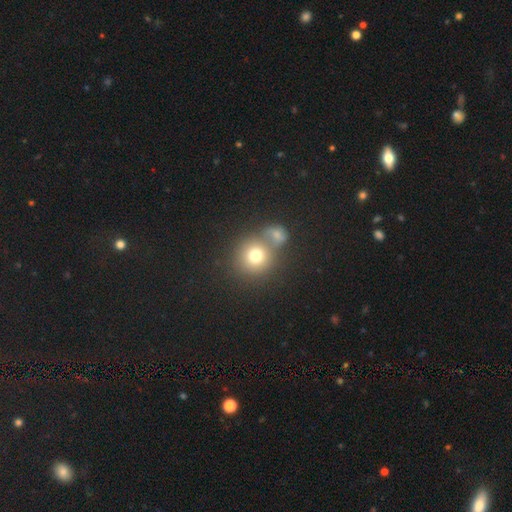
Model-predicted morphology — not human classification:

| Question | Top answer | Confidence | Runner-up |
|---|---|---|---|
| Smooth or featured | smooth | 73% | star or artifact (14%) |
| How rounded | round | 89% | in between (10%) |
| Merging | none | 51% | merger (36%) |